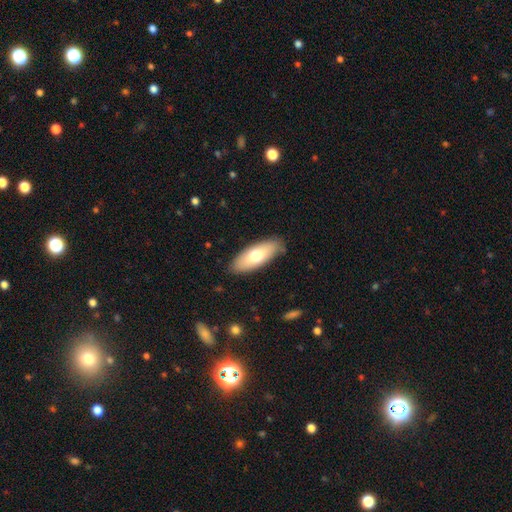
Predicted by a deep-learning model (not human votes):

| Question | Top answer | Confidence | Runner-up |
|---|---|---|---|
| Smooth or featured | smooth | 68% | featured or disk (26%) |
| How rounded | in between | 75% | cigar-shaped (23%) |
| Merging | none | 84% | minor disturbance (12%) |